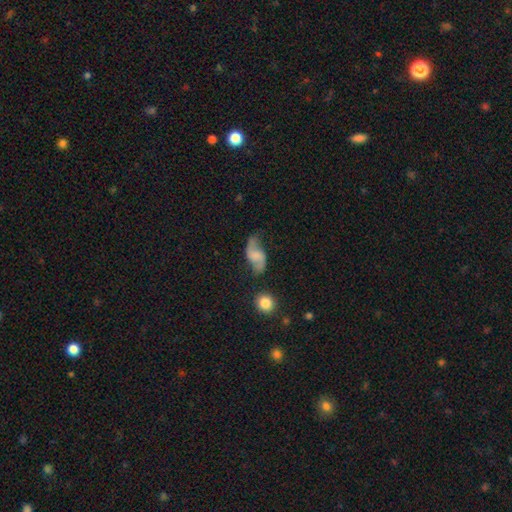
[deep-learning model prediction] smooth_or_featured: featured or disk (p=0.60) [alt: smooth p=0.32]
disk_edge_on: no (p=0.95) [alt: yes p=0.05]
bar: no (p=0.46) [alt: weak p=0.41]
has_spiral_arms: yes (p=0.89) [alt: no p=0.11]
spiral_winding: loose (p=0.74) [alt: medium p=0.20]
spiral_arm_count: 2 (p=0.90) [alt: can't tell p=0.04]
bulge_size: none (p=0.49) [alt: small p=0.21]
merging: none (p=0.56) [alt: minor disturbance p=0.25]